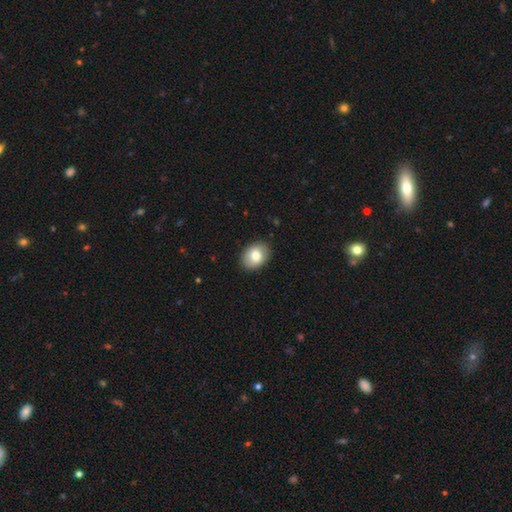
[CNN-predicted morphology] Smooth or featured?
  - smooth: 78% *
  - featured or disk: 15%
  - star or artifact: 7%
How rounded?
  - in between: 69% *
  - round: 30%
  - cigar-shaped: 1%
Merging?
  - none: 88% *
  - minor disturbance: 9%
  - major disturbance: 2%
  - merger: 1%